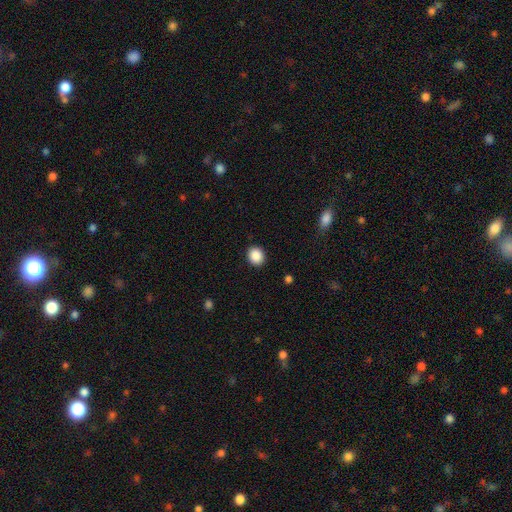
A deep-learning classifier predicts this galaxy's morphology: Smooth or featured? smooth (89%)
How rounded? round (68%)
Merging? none (91%)